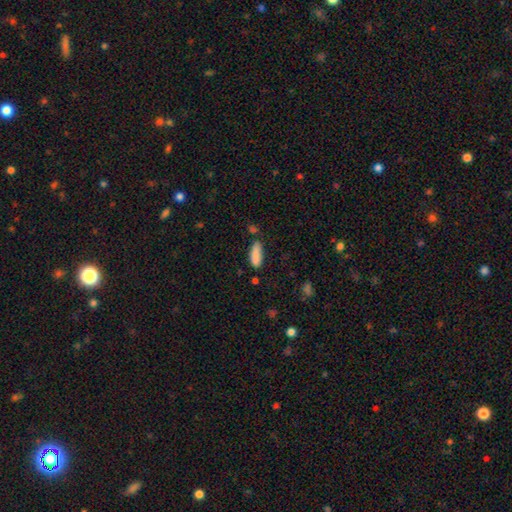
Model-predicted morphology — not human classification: This is clearly a smooth galaxy (86%). How rounded: possibly in between (53%). Merging: likely none (63%).